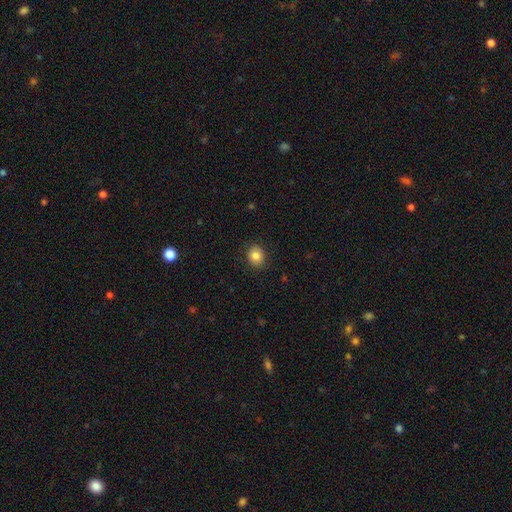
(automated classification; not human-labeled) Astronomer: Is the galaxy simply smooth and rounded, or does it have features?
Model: smooth — 84%.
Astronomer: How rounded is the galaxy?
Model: round — 72%.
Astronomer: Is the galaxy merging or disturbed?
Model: none — 89%.